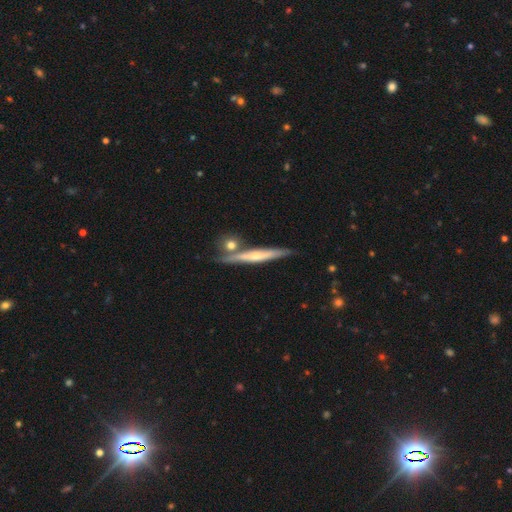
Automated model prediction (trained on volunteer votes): This appears to be a featured or disk galaxy (59%) viewed edge-on (94%) with a rounded central bulge (67%). Merging: none (76%).